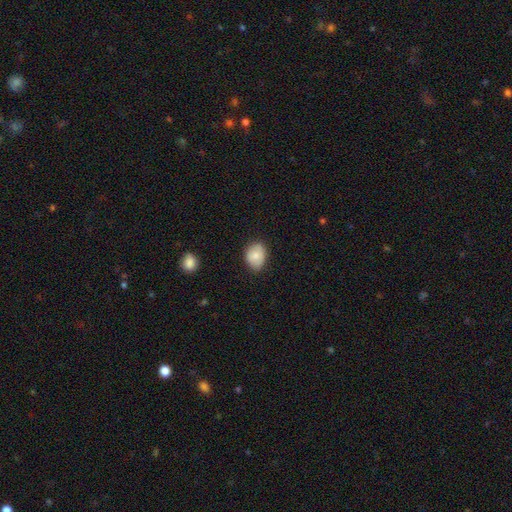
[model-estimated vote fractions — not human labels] Smooth or featured? smooth (82%)
How rounded? in between (64%)
Merging? none (75%)